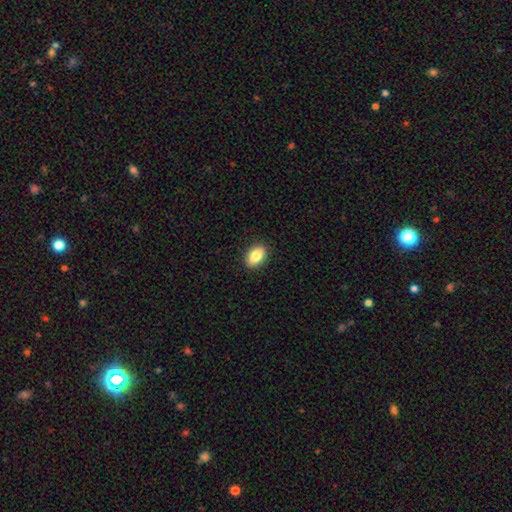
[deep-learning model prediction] A smooth galaxy with no disk features (84%) that is in between round and cigar-shaped (88%). Merging: none (90%).